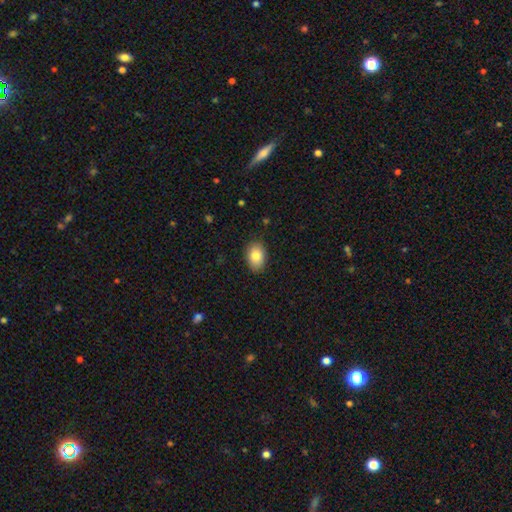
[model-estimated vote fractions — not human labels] Smooth or featured: smooth — 84% (featured or disk — 9%)
How rounded: in between — 83% (round — 15%)
Merging: none — 86% (minor disturbance — 10%)